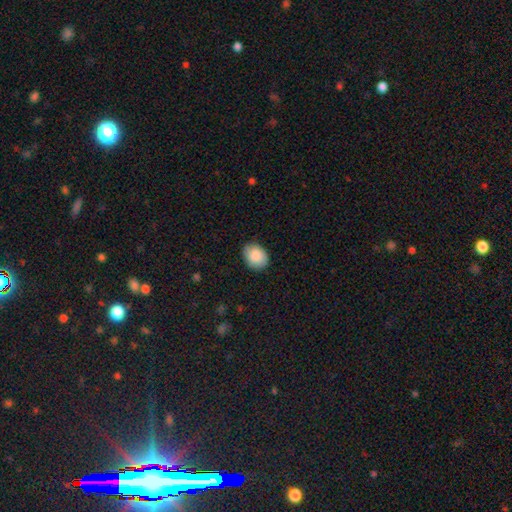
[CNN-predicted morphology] type=smooth (86%); roundness=in between (62%); merging=none (84%).